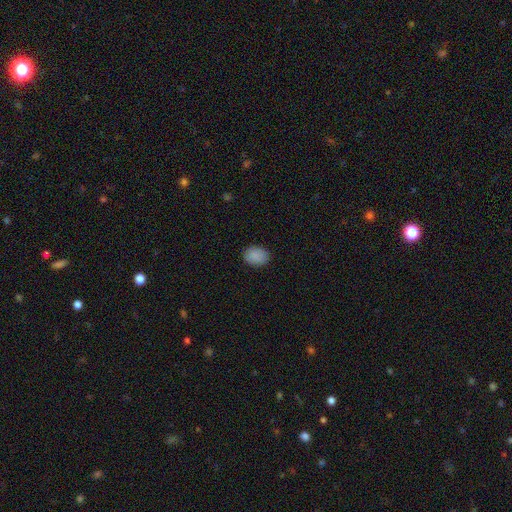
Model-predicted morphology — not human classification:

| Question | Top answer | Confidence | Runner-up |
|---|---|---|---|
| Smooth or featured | smooth | 89% | star or artifact (9%) |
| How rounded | in between | 61% | round (38%) |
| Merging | none | 89% | minor disturbance (8%) |